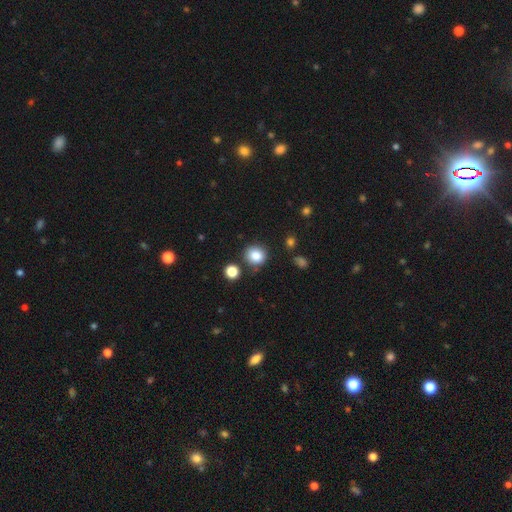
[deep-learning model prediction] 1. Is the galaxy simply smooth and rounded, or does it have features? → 85% smooth, 10% star or artifact, 5% featured or disk.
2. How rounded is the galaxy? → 85% round, 14% in between, 1% cigar-shaped.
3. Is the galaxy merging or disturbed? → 80% none, 11% minor disturbance, 5% merger, 3% major disturbance.